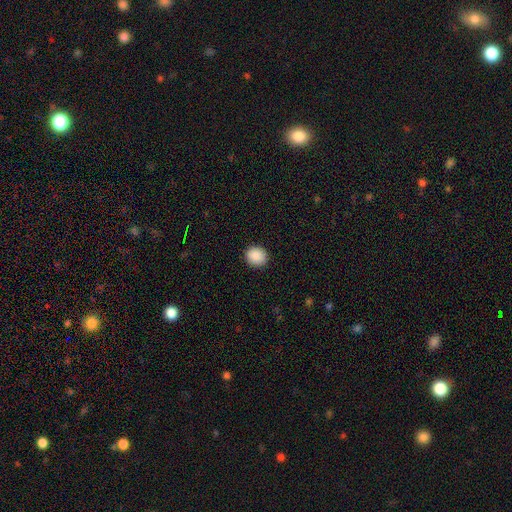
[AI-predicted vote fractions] The model was most divided on "how rounded": round: 84%, in between: 15%, cigar-shaped: 1%. More confident: merging — none (92%); smooth or featured — smooth (90%).